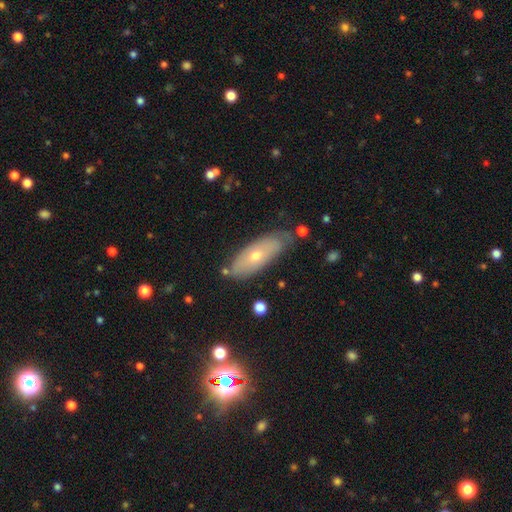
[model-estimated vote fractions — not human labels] The model was most divided on "smooth or featured": smooth: 50%, featured or disk: 43%, star or artifact: 8%. More confident: merging — none (72%).